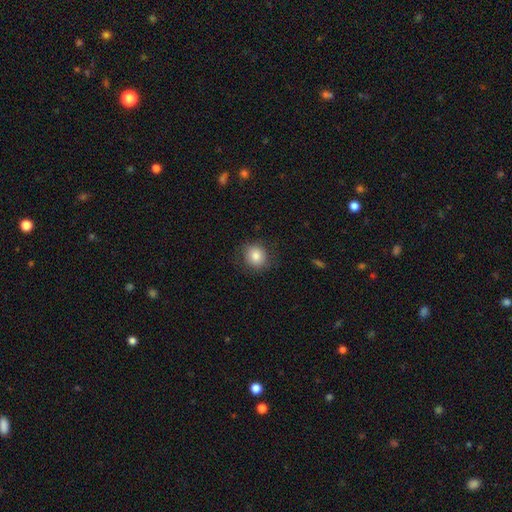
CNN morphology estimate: Smooth or featured? Predicted: smooth (p=0.83). How rounded? Predicted: round (p=0.78). Merging? Predicted: none (p=0.83).